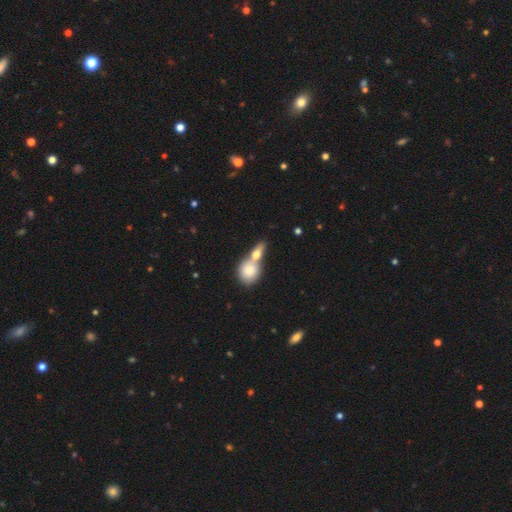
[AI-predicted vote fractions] Smooth or featured? Predicted: smooth (p=0.73). How rounded? Predicted: round (p=0.50). Merging? Predicted: merger (p=0.58).